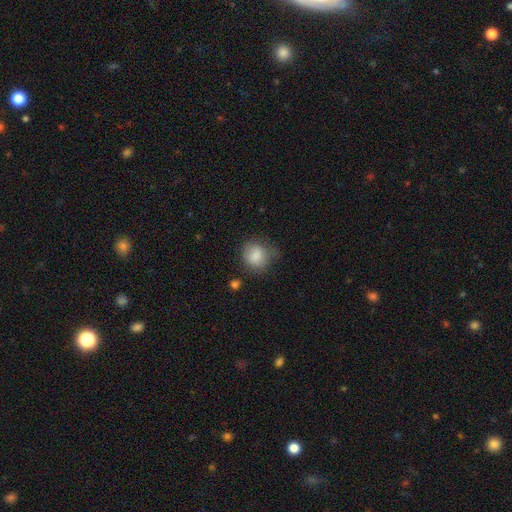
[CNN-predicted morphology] This is clearly a smooth galaxy (83%). How rounded: likely round (72%). Merging: possibly none (56%).